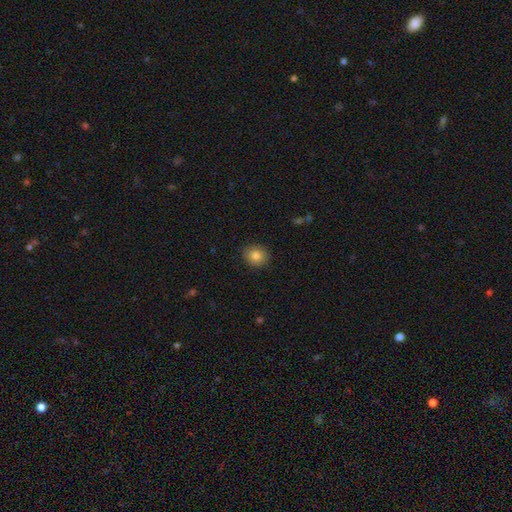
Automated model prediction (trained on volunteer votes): Q: Smooth or featured?
A: smooth (83%); runner-up: star or artifact (9%)
Q: How rounded?
A: round (78%); runner-up: in between (21%)
Q: Merging?
A: none (88%); runner-up: minor disturbance (9%)